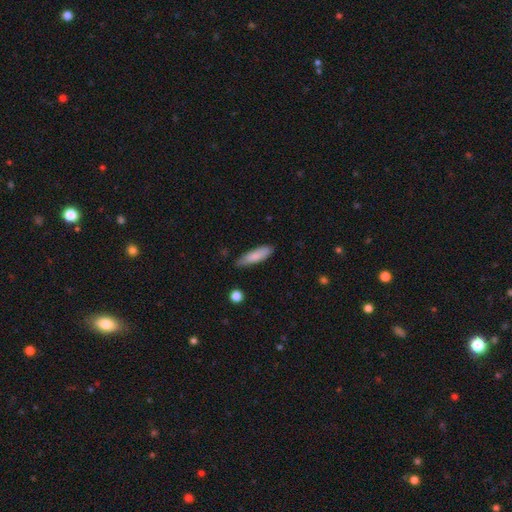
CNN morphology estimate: Q: Smooth or featured?
A: smooth (82%); runner-up: featured or disk (12%)
Q: How rounded?
A: cigar-shaped (62%); runner-up: in between (37%)
Q: Merging?
A: none (78%); runner-up: minor disturbance (18%)